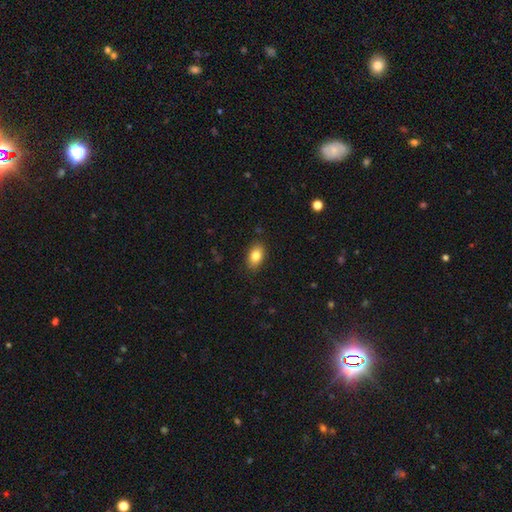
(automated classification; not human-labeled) smooth 83%, featured or disk 9%, star or artifact 8%. Down the decision tree: how rounded — in between (88%); merging — none (87%).